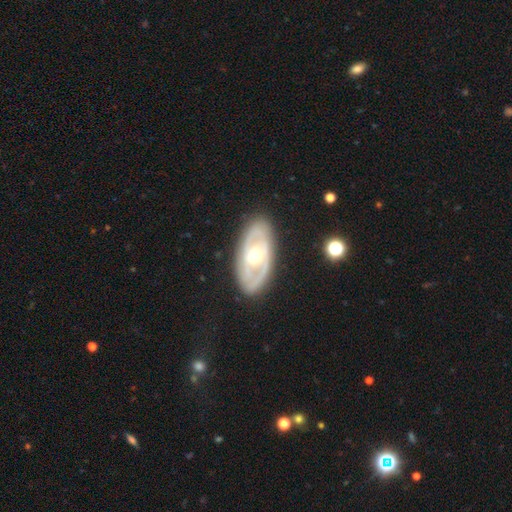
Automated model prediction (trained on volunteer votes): The model was most divided on "spiral arms": no: 64%, yes: 36%. More confident: edge-on disk — no (87%); merging — none (84%); bar — no (71%); smooth or featured — featured or disk (71%); bulge size — moderate (69%).